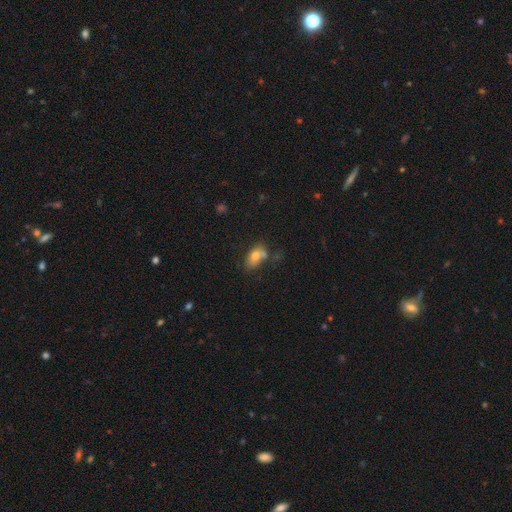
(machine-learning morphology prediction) Smooth or featured: smooth — 72% (featured or disk — 19%)
How rounded: in between — 85% (round — 12%)
Merging: none — 46% (merger — 25%)